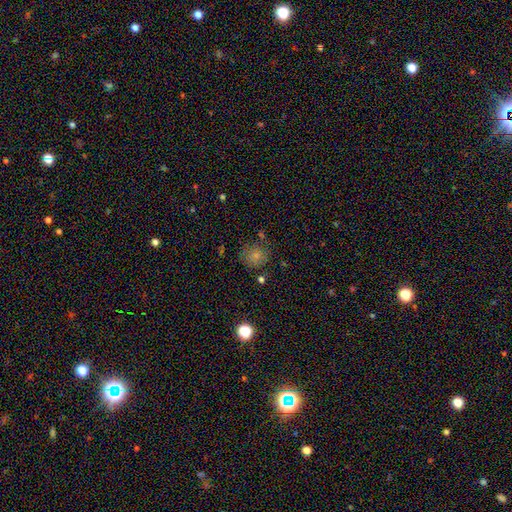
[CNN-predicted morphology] Smooth or featured: smooth — 78% (star or artifact — 13%)
How rounded: round — 85% (in between — 14%)
Merging: none — 76% (minor disturbance — 15%)